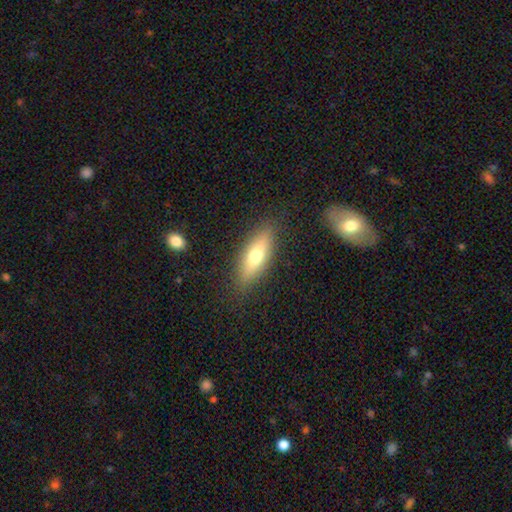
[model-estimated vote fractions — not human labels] Overall: smooth (62%; featured or disk 31%). How rounded: in between (56%; cigar-shaped 41%). Merging: none (85%).